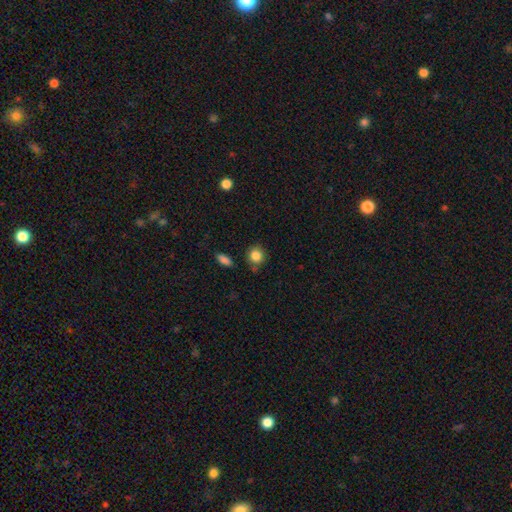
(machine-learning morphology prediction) Q: Smooth or featured?
A: smooth (85%); runner-up: star or artifact (9%)
Q: How rounded?
A: round (84%); runner-up: in between (15%)
Q: Merging?
A: none (78%); runner-up: minor disturbance (13%)